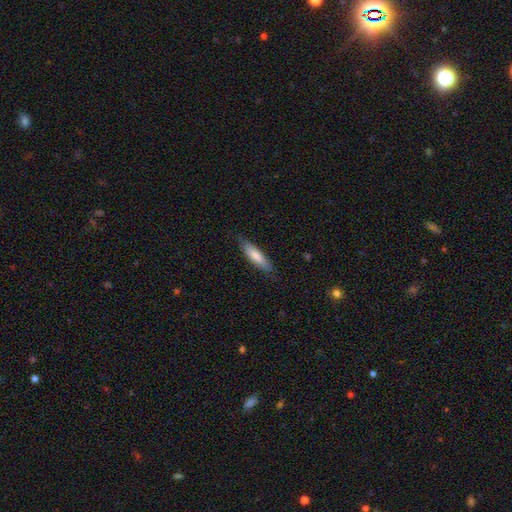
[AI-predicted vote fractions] Overall: smooth (78%). How rounded: cigar-shaped (64%; in between 35%). Merging: none (83%).